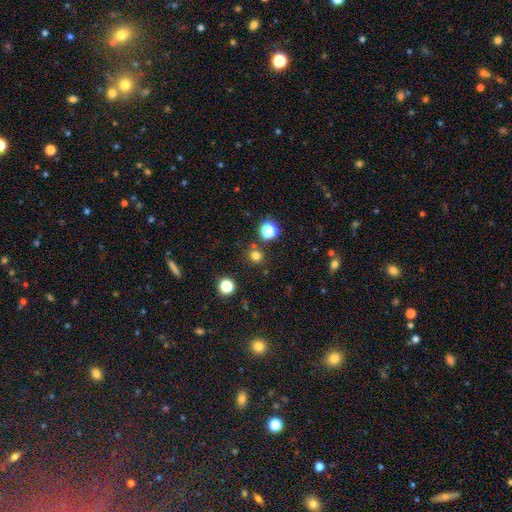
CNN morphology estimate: The model was most divided on "smooth or featured": smooth: 73%, star or artifact: 22%, featured or disk: 5%. More confident: how rounded — round (91%); merging — none (83%).